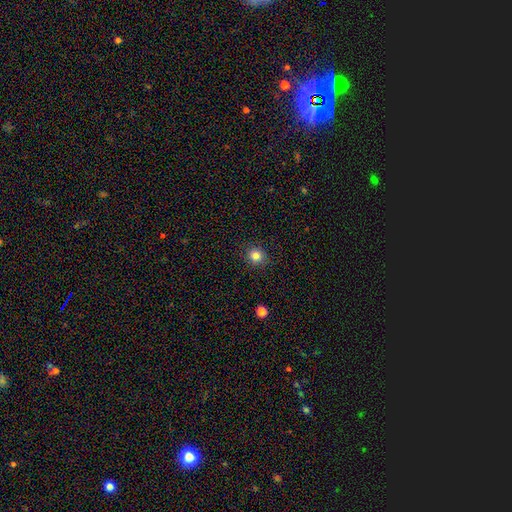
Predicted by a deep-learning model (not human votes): The model was most divided on "smooth or featured": smooth: 82%, star or artifact: 12%, featured or disk: 6%. More confident: merging — none (90%); how rounded — round (89%).